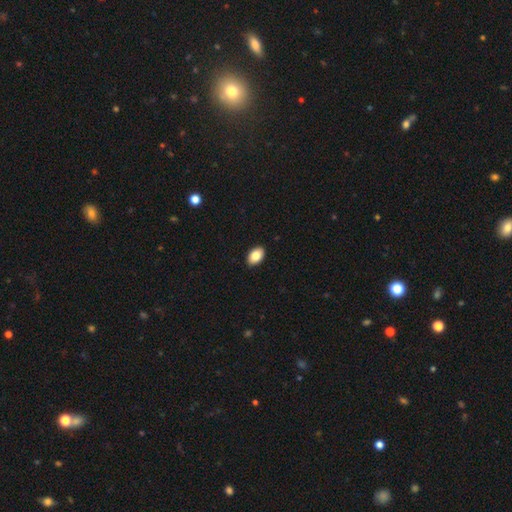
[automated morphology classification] Overall: smooth (85%). How rounded: in between (91%). Merging: none (91%).